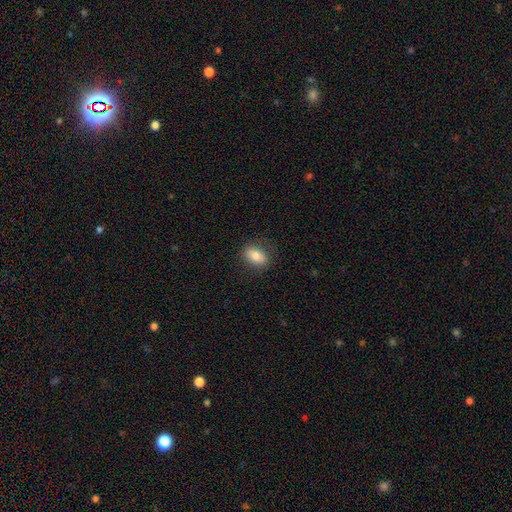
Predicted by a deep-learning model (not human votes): Morphology: type=smooth (80%); roundness=in between (83%); merging=none (81%).